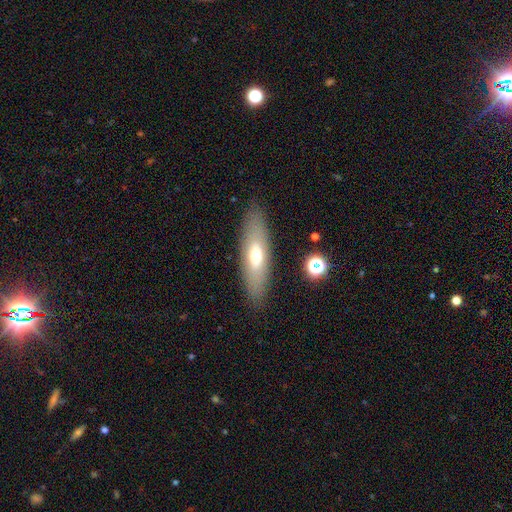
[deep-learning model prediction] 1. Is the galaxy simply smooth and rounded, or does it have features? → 57% smooth, 35% featured or disk, 8% star or artifact.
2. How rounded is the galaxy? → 50% in between, 47% cigar-shaped, 3% round.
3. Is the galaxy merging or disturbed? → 87% none, 9% minor disturbance, 3% major disturbance, 1% merger.